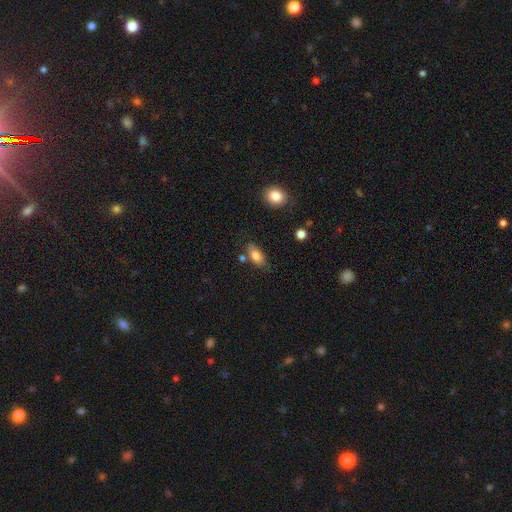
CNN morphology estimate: A smooth galaxy with no disk features (81%) that is in between round and cigar-shaped (87%). Merging: none (68%).